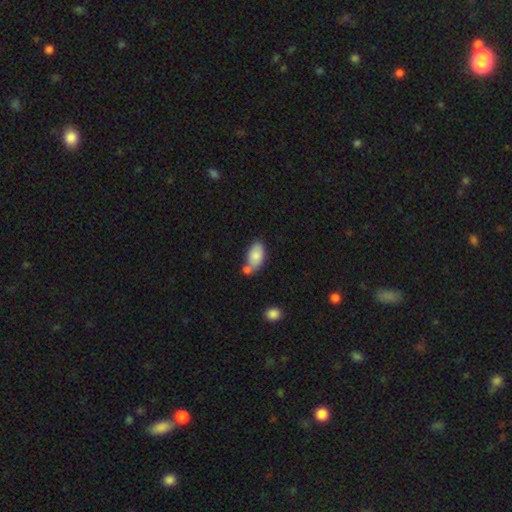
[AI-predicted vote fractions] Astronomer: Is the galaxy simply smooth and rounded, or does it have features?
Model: smooth — 82%.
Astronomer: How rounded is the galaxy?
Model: in between — 93%.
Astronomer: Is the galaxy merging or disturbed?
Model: none — 46% (runner-up: merger, 31%).